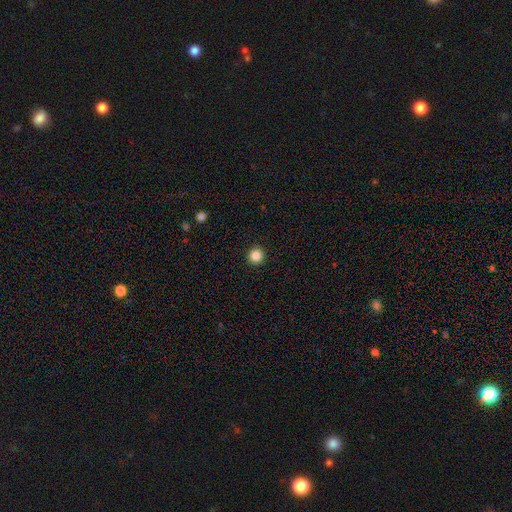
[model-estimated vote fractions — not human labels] smooth_or_featured: smooth (p=0.85) [alt: star or artifact p=0.11]
how_rounded: round (p=0.94) [alt: in between p=0.05]
merging: none (p=0.94) [alt: minor disturbance p=0.04]